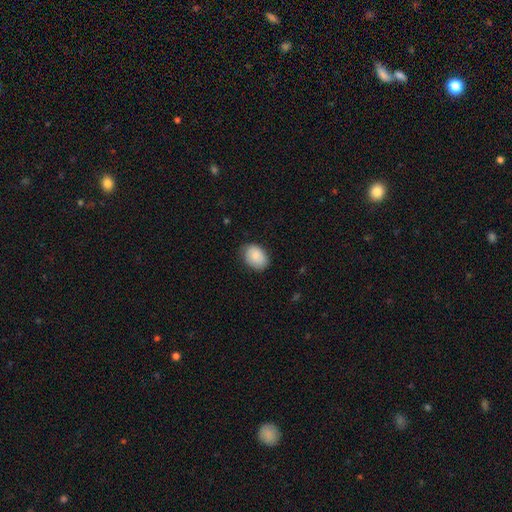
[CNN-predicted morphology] This is clearly a smooth galaxy (82%). How rounded: likely in between (77%). Merging: likely none (79%).